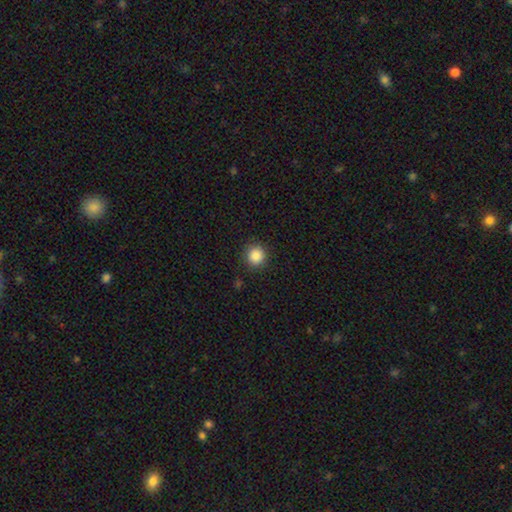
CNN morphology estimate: The model was most divided on "smooth or featured": smooth: 86%, star or artifact: 10%, featured or disk: 4%. More confident: how rounded — round (93%); merging — none (90%).